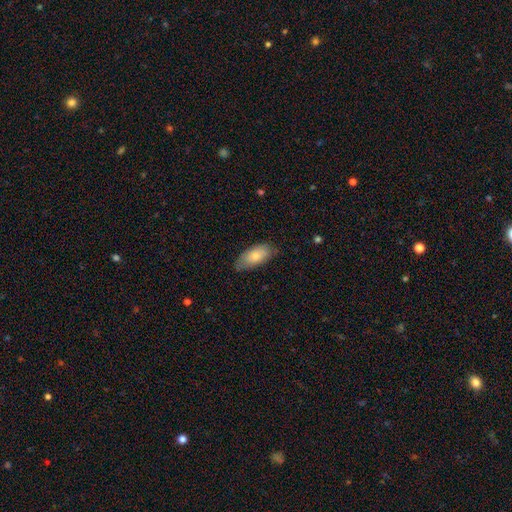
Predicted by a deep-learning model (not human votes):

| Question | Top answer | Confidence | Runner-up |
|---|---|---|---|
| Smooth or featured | smooth | 76% | featured or disk (18%) |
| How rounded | in between | 89% | cigar-shaped (8%) |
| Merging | none | 74% | minor disturbance (21%) |